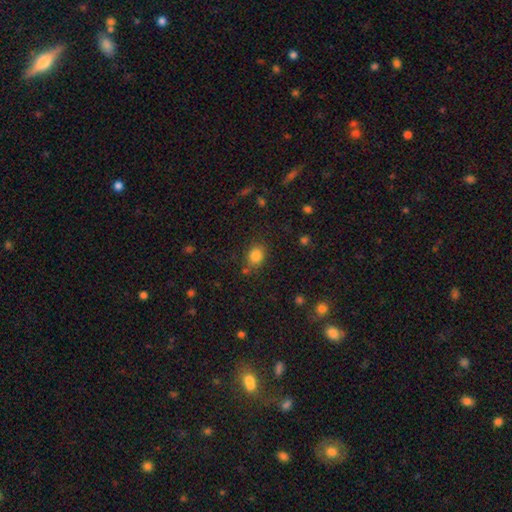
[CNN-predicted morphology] smooth 83%, star or artifact 11%, featured or disk 6%. Down the decision tree: how rounded — round (54%); merging — none (74%).